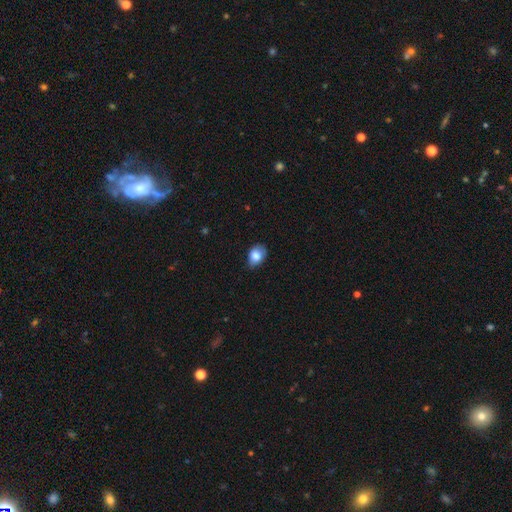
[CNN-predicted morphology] Smooth or featured?
  - smooth: 81% *
  - featured or disk: 11%
  - star or artifact: 8%
How rounded?
  - in between: 73% *
  - round: 26%
  - cigar-shaped: 1%
Merging?
  - none: 62% *
  - minor disturbance: 31%
  - major disturbance: 5%
  - merger: 1%